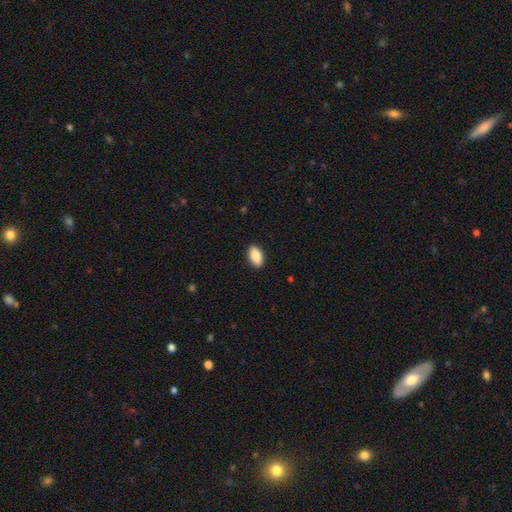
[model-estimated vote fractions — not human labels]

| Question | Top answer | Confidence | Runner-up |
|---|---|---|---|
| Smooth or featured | smooth | 88% | star or artifact (6%) |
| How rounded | in between | 92% | cigar-shaped (5%) |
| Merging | none | 90% | minor disturbance (7%) |